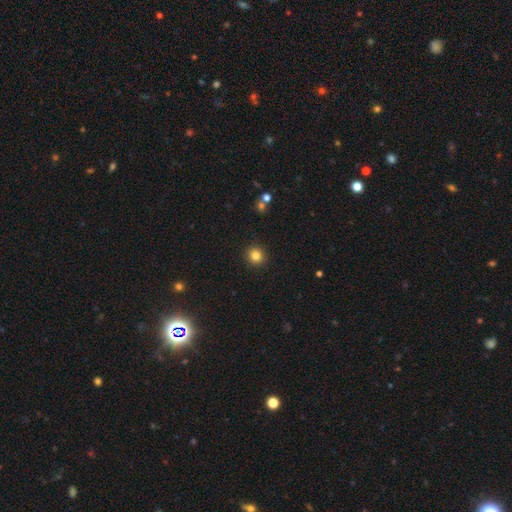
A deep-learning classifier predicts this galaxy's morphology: Smooth or featured?
  - smooth: 83% *
  - star or artifact: 12%
  - featured or disk: 5%
How rounded?
  - round: 92% *
  - in between: 7%
  - cigar-shaped: 1%
Merging?
  - none: 92% *
  - minor disturbance: 5%
  - major disturbance: 2%
  - merger: 1%